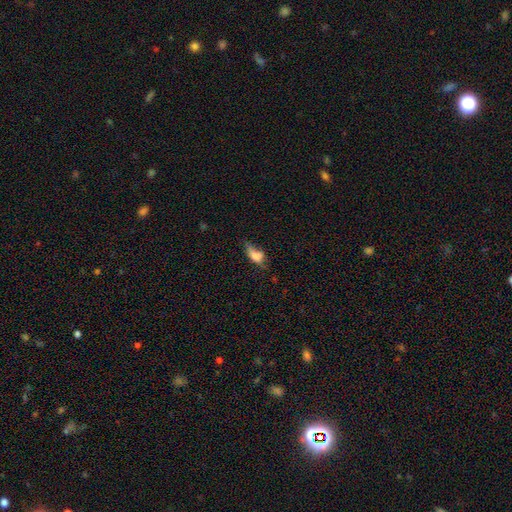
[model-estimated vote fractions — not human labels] smooth-or-featured: smooth: 71% | featured or disk: 18% | star or artifact: 11%
  how-rounded: in between: 82% | cigar-shaped: 11% | round: 8%
  merging: minor disturbance: 33% | major disturbance: 30% | none: 26% | merger: 10%